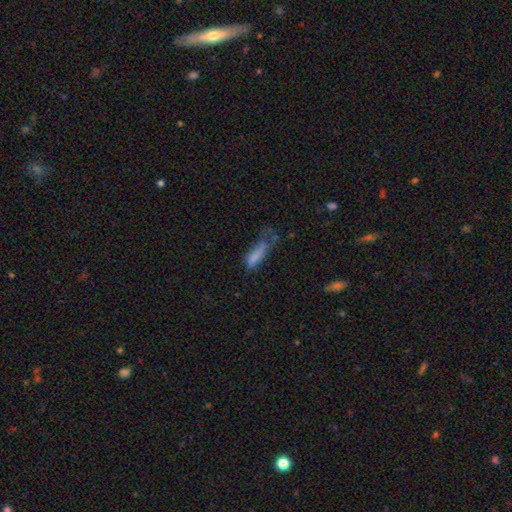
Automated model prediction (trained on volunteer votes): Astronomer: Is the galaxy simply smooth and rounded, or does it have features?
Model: smooth — 76%.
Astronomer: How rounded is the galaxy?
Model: cigar-shaped — 50% (runner-up: in between, 48%).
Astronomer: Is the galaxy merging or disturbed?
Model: minor disturbance — 33% (runner-up: none, 30%).